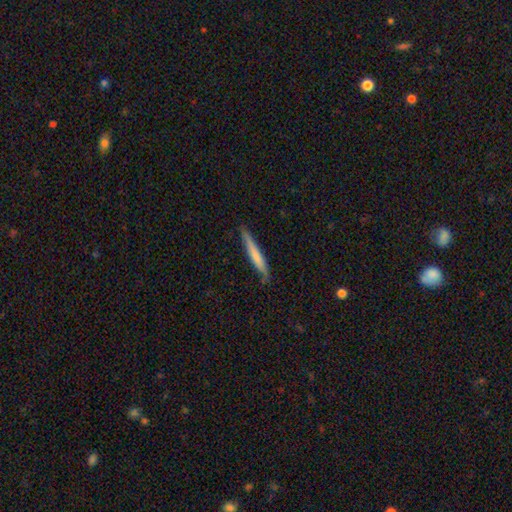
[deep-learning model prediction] Morphology: type=smooth (65%); roundness=cigar-shaped (95%); merging=none (80%).